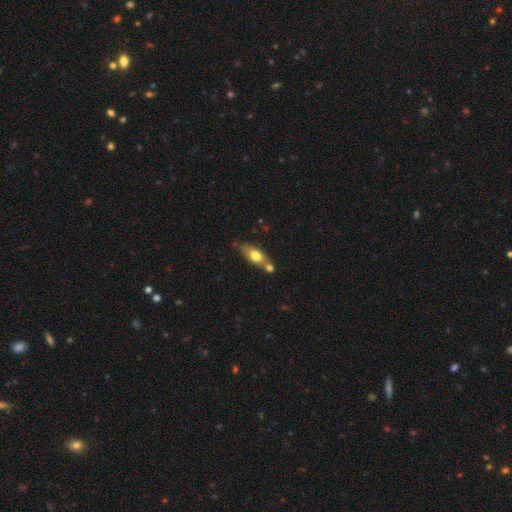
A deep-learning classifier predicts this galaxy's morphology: Overall: smooth (66%; featured or disk 27%). How rounded: in between (74%). Merging: none (50%; merger 29%).